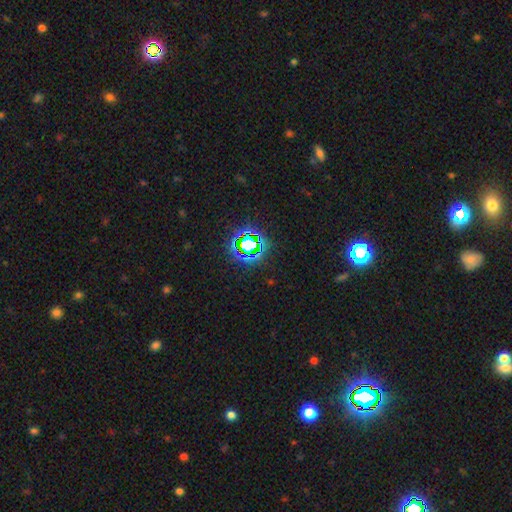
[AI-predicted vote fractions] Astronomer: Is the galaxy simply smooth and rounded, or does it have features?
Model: star or artifact — 75%.